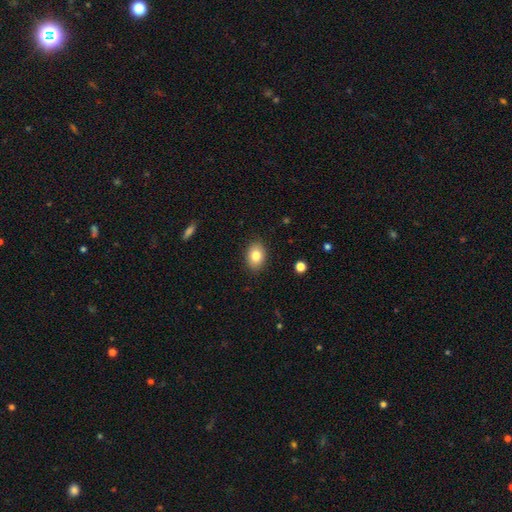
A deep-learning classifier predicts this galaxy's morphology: Smooth or featured?
  - smooth: 82% *
  - featured or disk: 10%
  - star or artifact: 8%
How rounded?
  - in between: 77% *
  - round: 22%
  - cigar-shaped: 1%
Merging?
  - none: 88% *
  - minor disturbance: 9%
  - major disturbance: 2%
  - merger: 1%